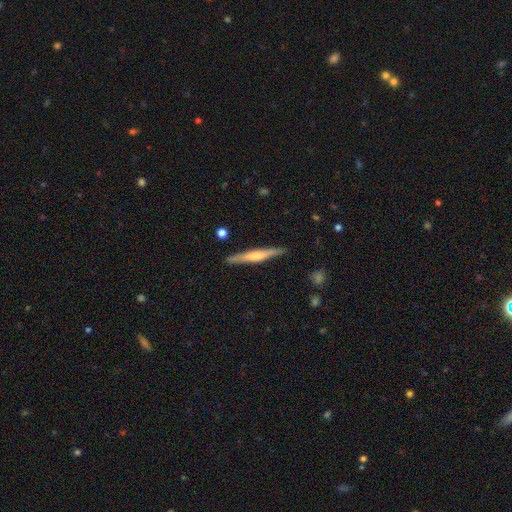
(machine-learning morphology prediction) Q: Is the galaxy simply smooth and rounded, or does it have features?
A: featured or disk — 58%.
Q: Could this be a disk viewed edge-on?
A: yes — 97%.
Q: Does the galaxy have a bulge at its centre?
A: rounded — 62%.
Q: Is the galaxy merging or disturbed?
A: none — 89%.